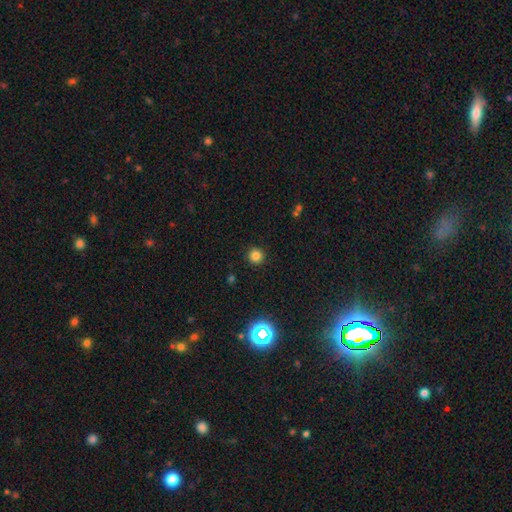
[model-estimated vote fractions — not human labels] The model was most divided on "smooth or featured": smooth: 80%, star or artifact: 15%, featured or disk: 5%. More confident: how rounded — round (95%); merging — none (92%).